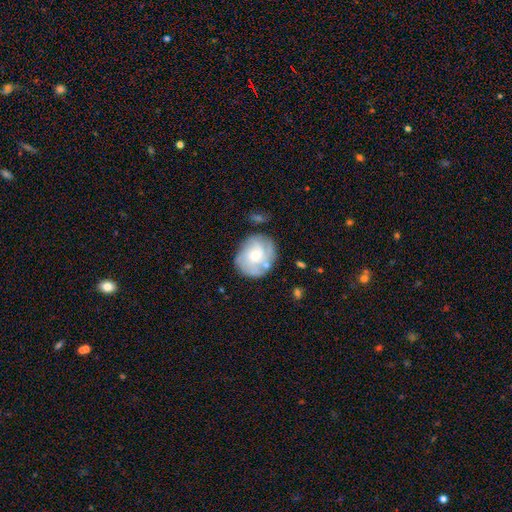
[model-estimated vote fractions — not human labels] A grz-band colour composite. It shows a featured or disk galaxy (52%) with no bar (79%), spiral arms (69%) and a moderate central bulge (51%). Merging: none (69%).